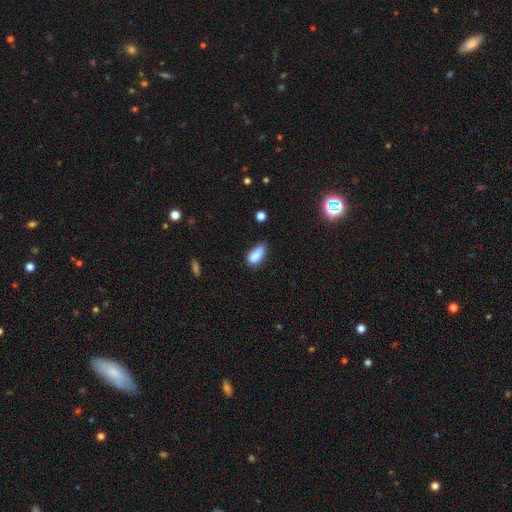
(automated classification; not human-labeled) Smooth or featured? smooth (83%)
How rounded? in between (86%)
Merging? none (52%)